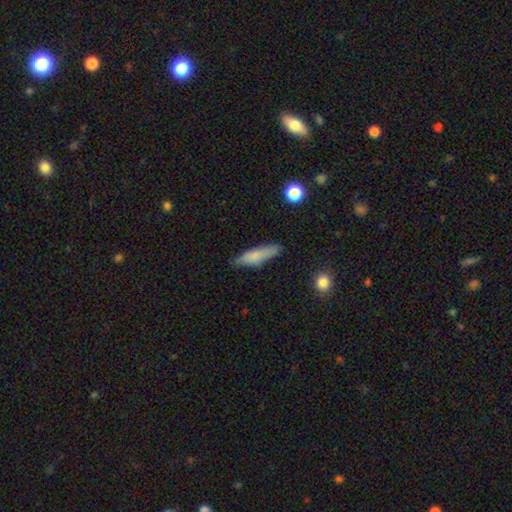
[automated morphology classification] Smooth or featured: smooth — 75% (featured or disk — 19%)
How rounded: cigar-shaped — 70% (in between — 27%)
Merging: none — 78% (minor disturbance — 17%)